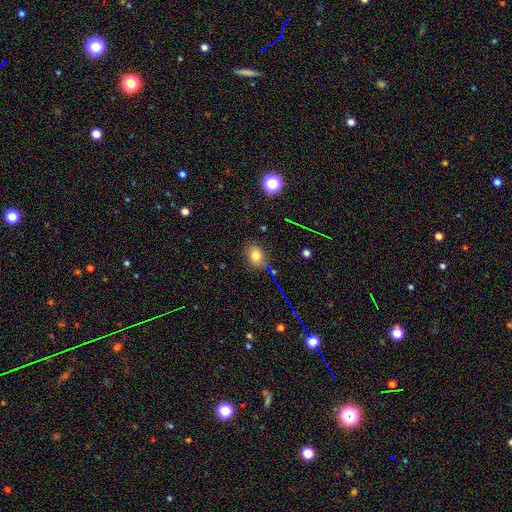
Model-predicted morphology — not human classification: This is likely a smooth galaxy (75%). How rounded: possibly round (49%, tied with in between). Merging: likely none (73%).